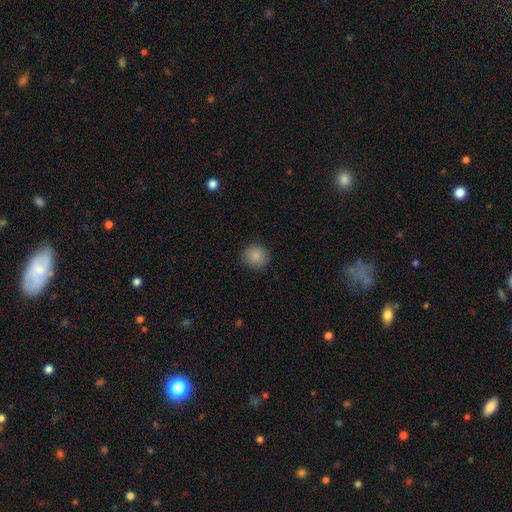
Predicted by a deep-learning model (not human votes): smooth_or_featured: smooth (p=0.85) [alt: star or artifact p=0.09]
how_rounded: round (p=0.87) [alt: in between p=0.12]
merging: none (p=0.88) [alt: minor disturbance p=0.09]